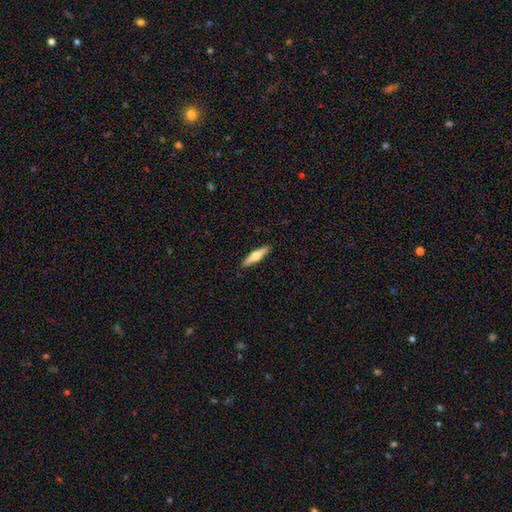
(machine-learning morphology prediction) smooth-or-featured: featured or disk: 57% | smooth: 38% | star or artifact: 5%
  disk-edge-on: yes: 96% | no: 4%
    edge-on-bulge: rounded: 95% | boxy: 3% | none: 2%
  merging: none: 91% | minor disturbance: 7% | major disturbance: 1% | merger: 1%